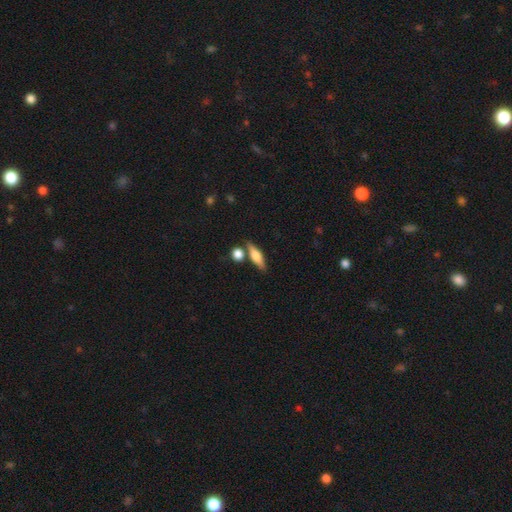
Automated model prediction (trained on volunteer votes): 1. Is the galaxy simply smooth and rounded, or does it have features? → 57% smooth, 35% featured or disk, 8% star or artifact.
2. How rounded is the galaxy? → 47% cigar-shaped, 46% in between, 7% round.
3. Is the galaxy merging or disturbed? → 72% none, 14% merger, 11% minor disturbance, 3% major disturbance.